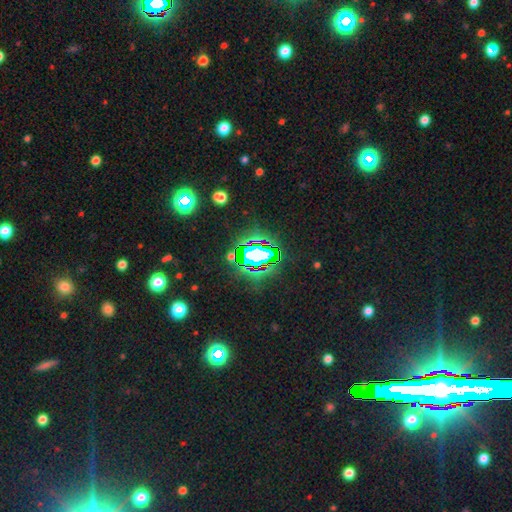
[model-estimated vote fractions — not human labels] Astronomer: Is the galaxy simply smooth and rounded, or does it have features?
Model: star or artifact — 73%.